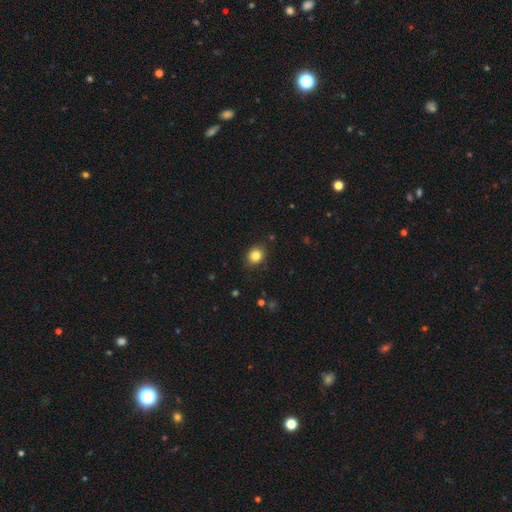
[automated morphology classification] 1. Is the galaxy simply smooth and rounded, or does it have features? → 83% smooth, 11% star or artifact, 6% featured or disk.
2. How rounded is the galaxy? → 69% round, 31% in between, 1% cigar-shaped.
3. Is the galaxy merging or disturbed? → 87% none, 9% minor disturbance, 2% major disturbance, 1% merger.